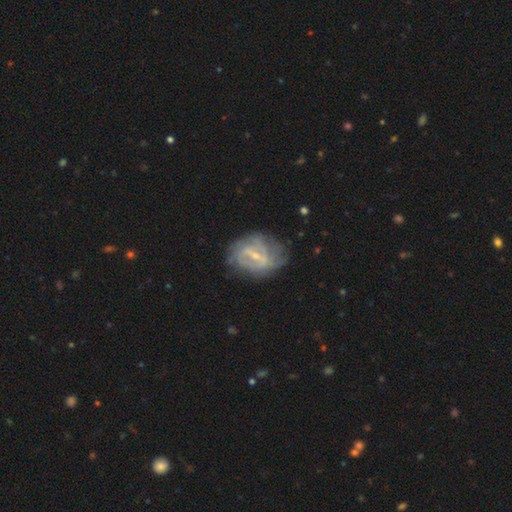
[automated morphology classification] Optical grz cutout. It shows a featured or disk galaxy (72%) with a weak bar (47%), spiral arms (67%) and a small central bulge (64%). Merging: none (61%).